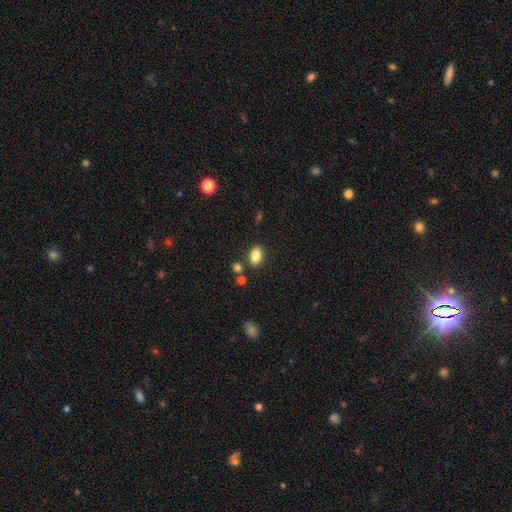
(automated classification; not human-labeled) Smooth or featured: smooth — 83% (star or artifact — 10%)
How rounded: in between — 82% (round — 16%)
Merging: none — 79% (minor disturbance — 11%)